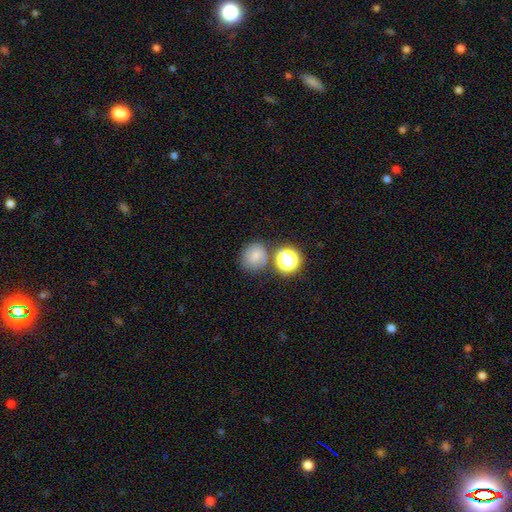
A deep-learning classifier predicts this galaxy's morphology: Overall: smooth (67%). How rounded: round (80%). Merging: none (67%).